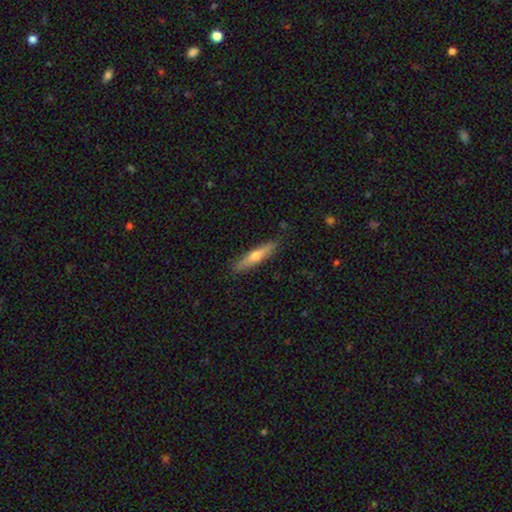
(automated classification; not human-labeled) Smooth or featured: smooth — 50% (featured or disk — 44%)
How rounded: cigar-shaped — 86% (in between — 13%)
Merging: none — 87% (minor disturbance — 10%)